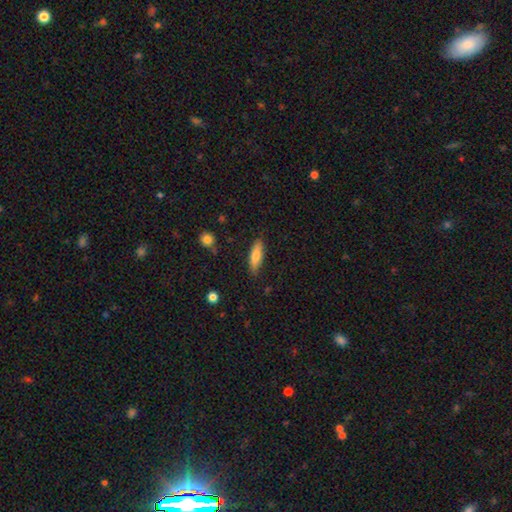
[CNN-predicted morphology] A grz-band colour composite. It shows a smooth galaxy with no disk features (73%) that is cigar-shaped (52%). Merging: none (85%).